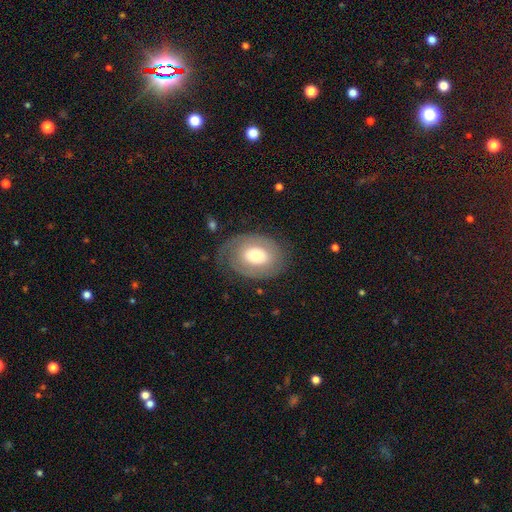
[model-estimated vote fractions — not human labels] This is possibly a featured or disk galaxy (53%). It is clearly not viewed edge-on (94%). Merging: likely none (73%).